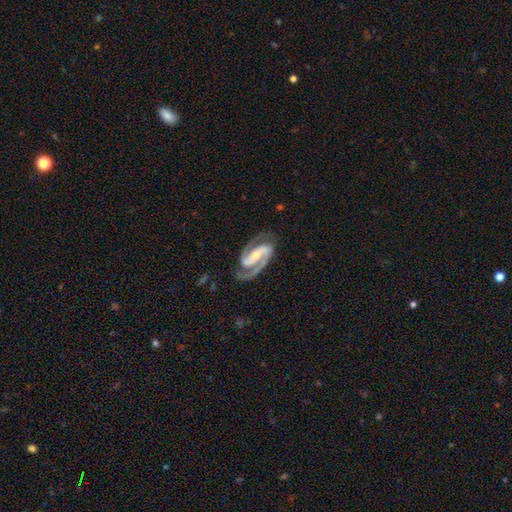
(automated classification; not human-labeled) A featured or disk galaxy (94%) with a strong bar (58%), 2 (94%) medium (57%) spiral arms (98%) and a small central bulge (55%).

Vote fractions:
- Smooth or featured? featured or disk: 94% / star or artifact: 3% / smooth: 3%
- Edge-on disk? no: 98% / yes: 2%
- Bar? strong: 58% / weak: 26% / no: 16%
- Spiral arms? yes: 98% / no: 2%
- Spiral winding? medium: 57% / tight: 33% / loose: 11%
- Spiral arm count? 2: 94% / 1: 2% / can't tell: 1% / 3: 1% / 4: 1% / more than 4: 1%
- Bulge size? small: 55% / moderate: 39% / none: 3% / large: 3% / dominant: 1%
- Merging? none: 80% / minor disturbance: 13% / major disturbance: 5% / merger: 2%